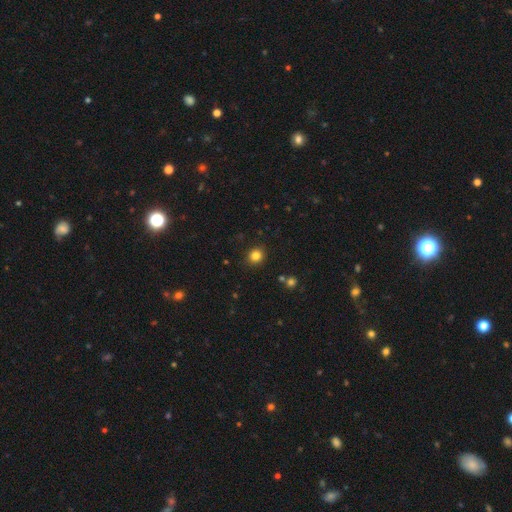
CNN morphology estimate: Smooth or featured: smooth — 82% (star or artifact — 13%)
How rounded: round — 84% (in between — 15%)
Merging: none — 90% (minor disturbance — 7%)